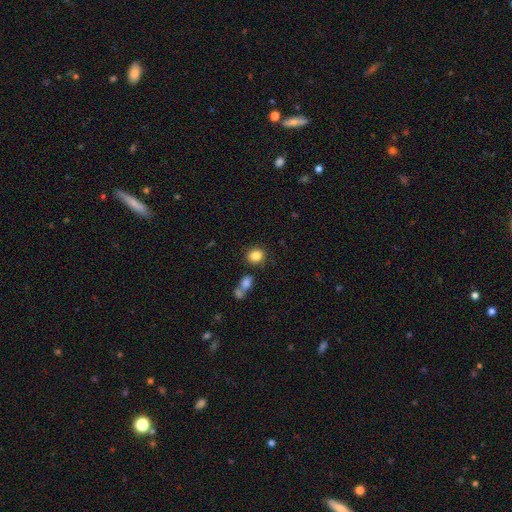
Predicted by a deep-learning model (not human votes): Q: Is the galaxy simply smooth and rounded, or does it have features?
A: smooth — 84%.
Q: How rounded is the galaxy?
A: round — 76%.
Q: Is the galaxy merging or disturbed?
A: none — 79%.